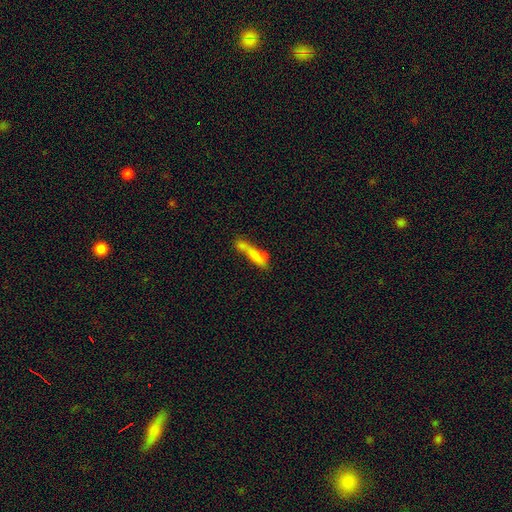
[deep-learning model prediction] Smooth or featured? Predicted: smooth (p=0.70). How rounded? Predicted: cigar-shaped (p=0.72). Merging? Predicted: merger (p=0.36).